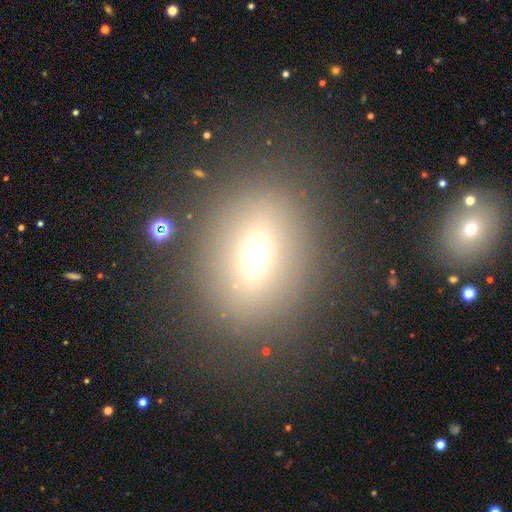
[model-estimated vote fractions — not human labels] Overall: smooth (61%). How rounded: in between (65%; round 30%). Merging: none (81%).